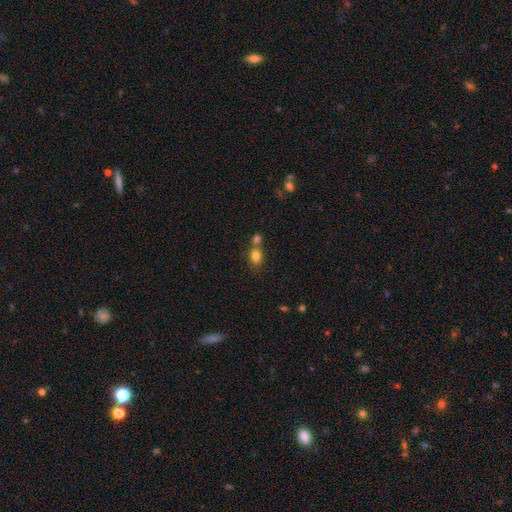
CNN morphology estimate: A smooth galaxy with no disk features (81%) that is in between round and cigar-shaped (63%).

Vote fractions:
- Smooth or featured? smooth: 81% / star or artifact: 11% / featured or disk: 8%
- How rounded? in between: 63% / round: 36% / cigar-shaped: 2%
- Merging? none: 46% / merger: 39% / minor disturbance: 10% / major disturbance: 4%